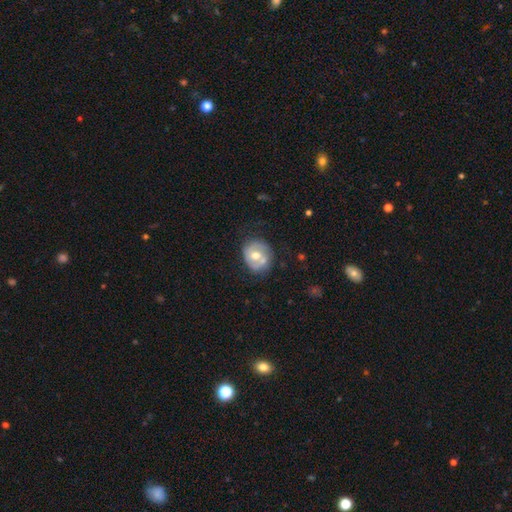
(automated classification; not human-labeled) This appears to be a featured or disk galaxy (47%). Merging: none (55%).